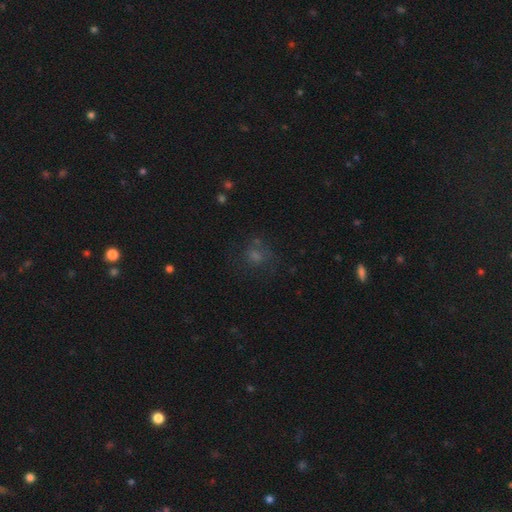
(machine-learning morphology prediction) type=smooth (46%); merging=none (63%).